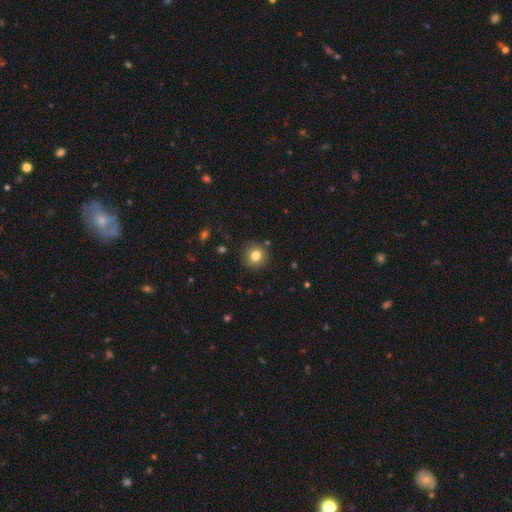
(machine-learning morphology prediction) Q: Smooth or featured?
A: smooth (81%); runner-up: star or artifact (11%)
Q: How rounded?
A: round (88%); runner-up: in between (11%)
Q: Merging?
A: none (86%); runner-up: minor disturbance (10%)